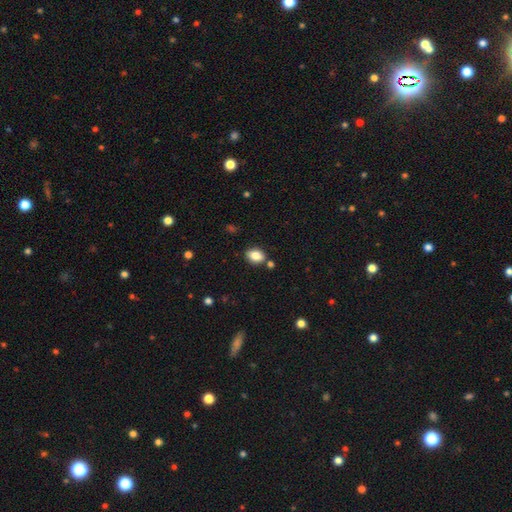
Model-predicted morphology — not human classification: Smooth or featured? Predicted: smooth (p=0.86). How rounded? Predicted: in between (p=0.75). Merging? Predicted: none (p=0.80).